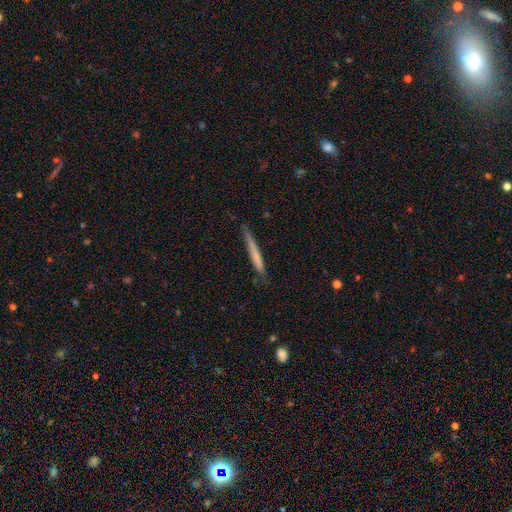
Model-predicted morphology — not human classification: smooth 65%, featured or disk 29%, star or artifact 6%. Down the decision tree: how rounded — cigar-shaped (97%); merging — none (75%).